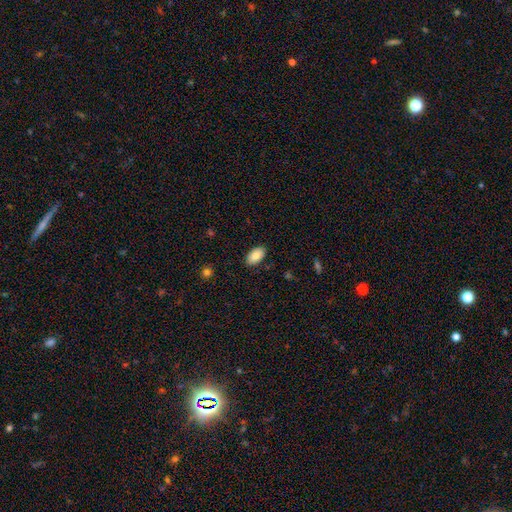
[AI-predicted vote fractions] This appears to be a smooth galaxy with no disk features (85%) that is in between round and cigar-shaped (95%). Merging: none (87%).